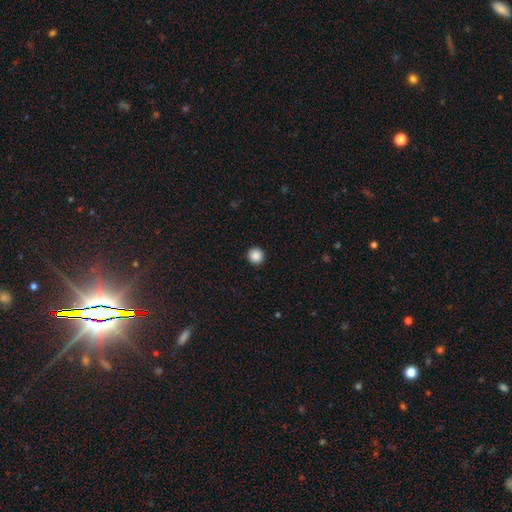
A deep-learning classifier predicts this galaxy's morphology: smooth-or-featured: smooth: 88% | star or artifact: 9% | featured or disk: 3%
  how-rounded: round: 96% | in between: 3% | cigar-shaped: 1%
  merging: none: 94% | minor disturbance: 4% | major disturbance: 1% | merger: 1%